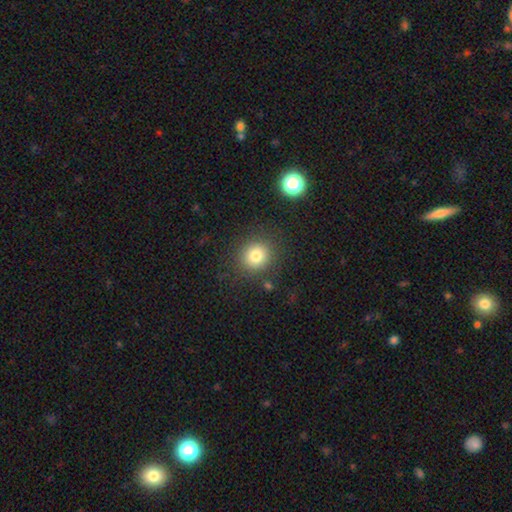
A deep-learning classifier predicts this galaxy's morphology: smooth_or_featured: smooth (p=0.80) [alt: star or artifact p=0.13]
how_rounded: round (p=0.90) [alt: in between p=0.09]
merging: none (p=0.87) [alt: minor disturbance p=0.08]